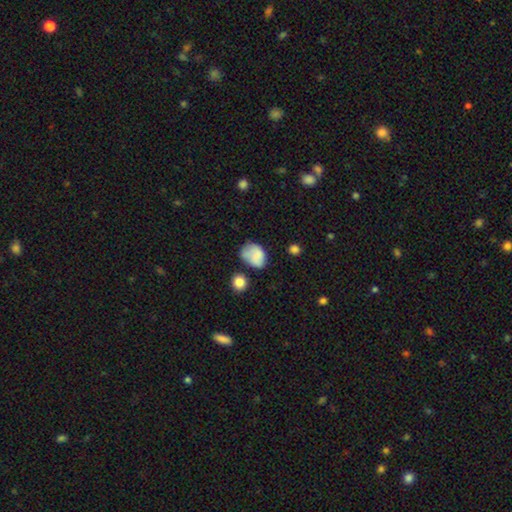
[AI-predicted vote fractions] Overall: smooth (76%). How rounded: in between (69%; round 30%). Merging: none (43%; minor disturbance 34%).